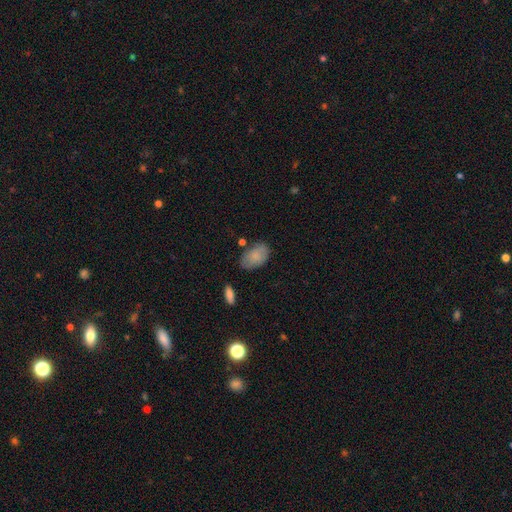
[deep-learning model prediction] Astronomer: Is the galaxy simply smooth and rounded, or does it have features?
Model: smooth — 83%.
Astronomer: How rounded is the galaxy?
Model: in between — 92%.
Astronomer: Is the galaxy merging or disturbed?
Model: none — 70%.